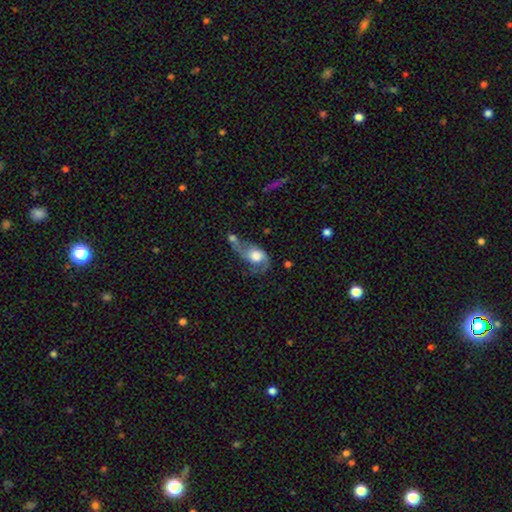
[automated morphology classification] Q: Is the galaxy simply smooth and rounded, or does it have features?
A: featured or disk — 55%.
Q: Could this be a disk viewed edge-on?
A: no — 94%.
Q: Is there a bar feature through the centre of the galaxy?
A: no — 74%.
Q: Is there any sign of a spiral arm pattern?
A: yes — 78%.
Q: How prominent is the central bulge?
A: large — 55%.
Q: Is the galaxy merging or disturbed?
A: major disturbance — 34%.